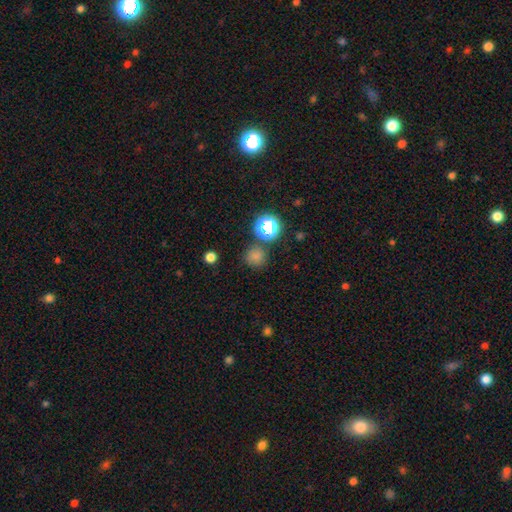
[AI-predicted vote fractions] smooth 73%, star or artifact 22%, featured or disk 5%. Down the decision tree: how rounded — round (91%); merging — none (80%).